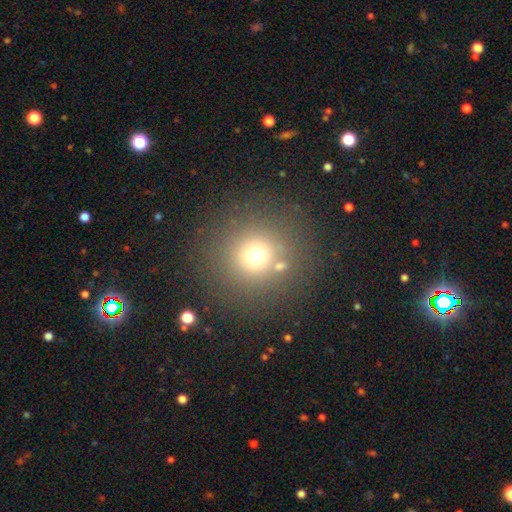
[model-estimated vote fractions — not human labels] Smooth or featured? Predicted: smooth (p=0.68). How rounded? Predicted: round (p=0.94). Merging? Predicted: none (p=0.81).